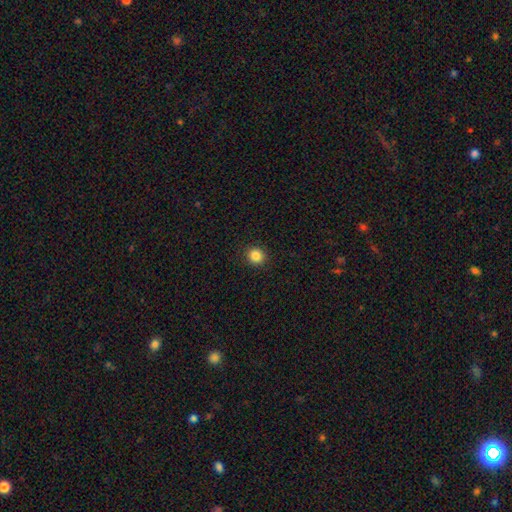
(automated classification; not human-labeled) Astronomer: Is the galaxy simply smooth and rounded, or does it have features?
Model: smooth — 86%.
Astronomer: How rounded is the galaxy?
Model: round — 90%.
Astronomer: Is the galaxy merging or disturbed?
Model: none — 92%.